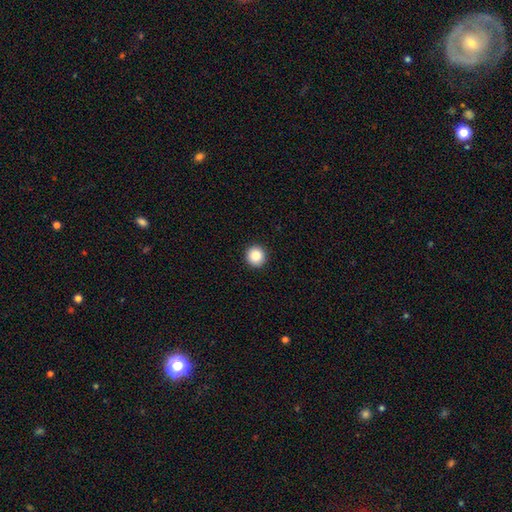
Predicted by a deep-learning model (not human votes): smooth-or-featured: smooth: 87% | star or artifact: 9% | featured or disk: 3%
  how-rounded: round: 94% | in between: 5% | cigar-shaped: 1%
  merging: none: 93% | minor disturbance: 4% | major disturbance: 1% | merger: 1%